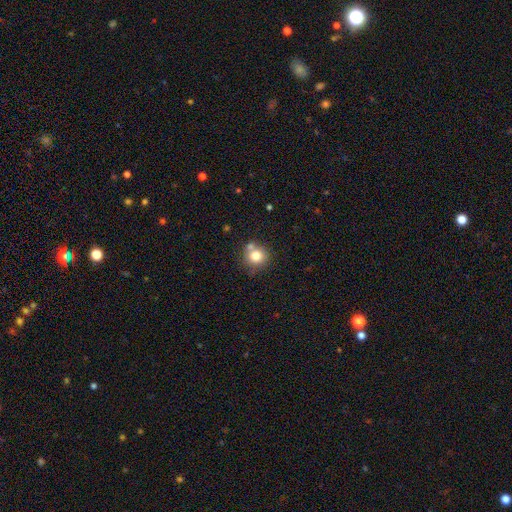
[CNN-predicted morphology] smooth 78%, star or artifact 11%, featured or disk 10%. Down the decision tree: how rounded — round (90%); merging — none (65%).